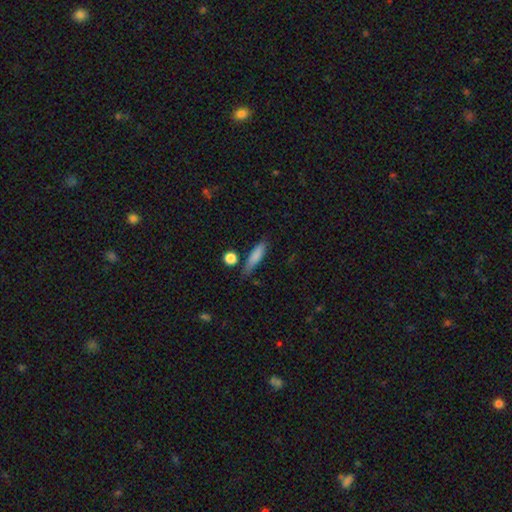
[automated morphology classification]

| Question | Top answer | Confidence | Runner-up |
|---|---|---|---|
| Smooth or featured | smooth | 81% | featured or disk (12%) |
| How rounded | cigar-shaped | 69% | in between (27%) |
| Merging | none | 70% | minor disturbance (20%) |